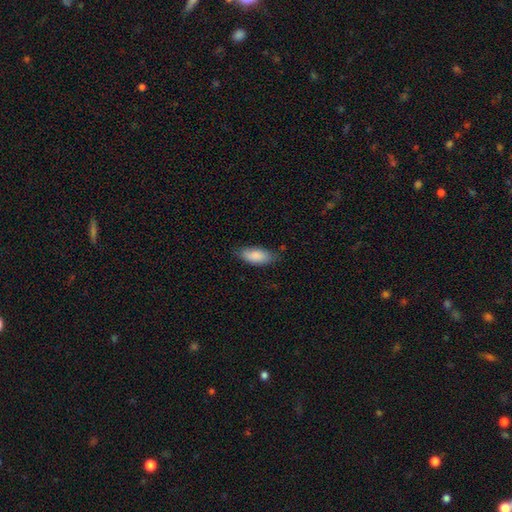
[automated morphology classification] A smooth galaxy with no disk features (87%) that is in between round and cigar-shaped (83%).

Vote fractions:
- Smooth or featured? smooth: 87% / featured or disk: 7% / star or artifact: 6%
- How rounded? in between: 83% / cigar-shaped: 15% / round: 2%
- Merging? none: 75% / minor disturbance: 20% / major disturbance: 3% / merger: 1%